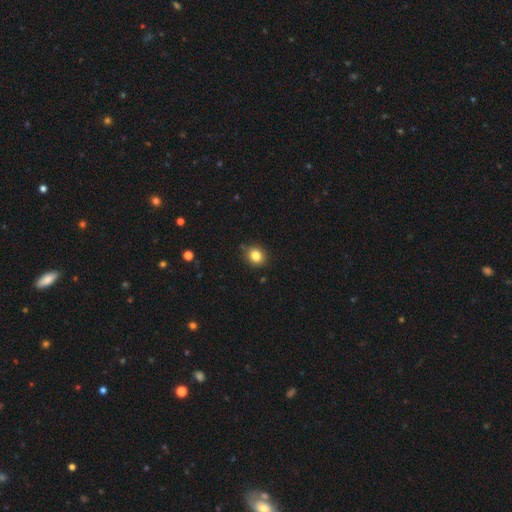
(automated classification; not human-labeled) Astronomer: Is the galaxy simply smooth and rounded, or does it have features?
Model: smooth — 83%.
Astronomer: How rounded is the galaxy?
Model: round — 71%.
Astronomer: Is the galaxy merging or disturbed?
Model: none — 84%.